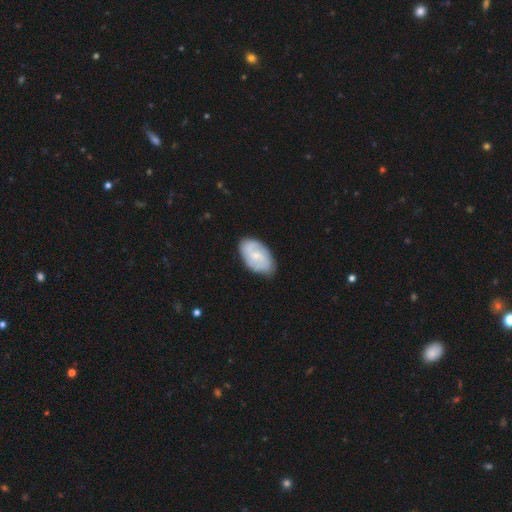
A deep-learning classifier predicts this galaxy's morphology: A featured or disk galaxy (57%) with no bar (48%), spiral arms (86%) and a small central bulge (56%). Merging: none (73%).